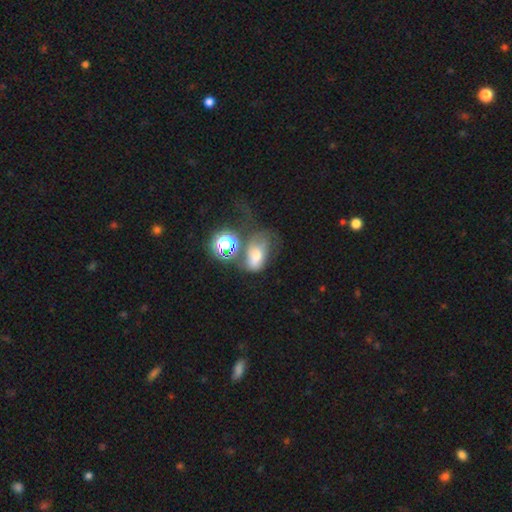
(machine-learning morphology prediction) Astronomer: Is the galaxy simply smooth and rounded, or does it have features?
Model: smooth — 51%.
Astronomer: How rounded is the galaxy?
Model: in between — 77%.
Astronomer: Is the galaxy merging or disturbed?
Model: major disturbance — 36% (runner-up: merger, 23%).